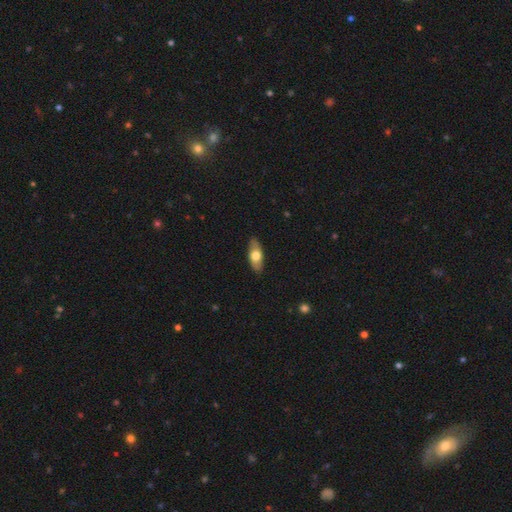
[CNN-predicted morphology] Smooth or featured?
  - smooth: 63% *
  - featured or disk: 32%
  - star or artifact: 5%
How rounded?
  - in between: 79% *
  - cigar-shaped: 18%
  - round: 4%
Merging?
  - none: 88% *
  - minor disturbance: 9%
  - major disturbance: 2%
  - merger: 1%